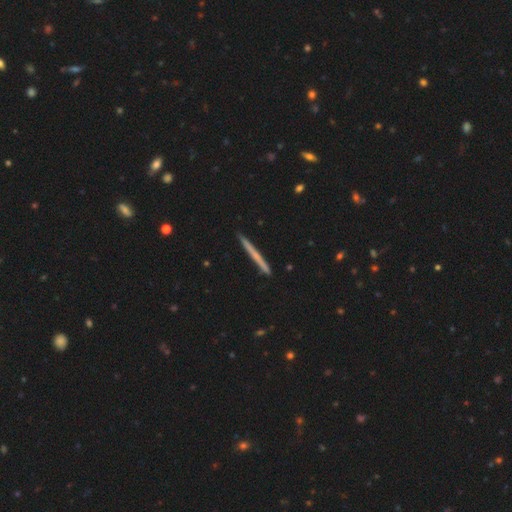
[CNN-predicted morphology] Q: Smooth or featured?
A: smooth (51%); runner-up: featured or disk (43%)
Q: How rounded?
A: cigar-shaped (97%); runner-up: in between (2%)
Q: Merging?
A: none (92%); runner-up: minor disturbance (6%)